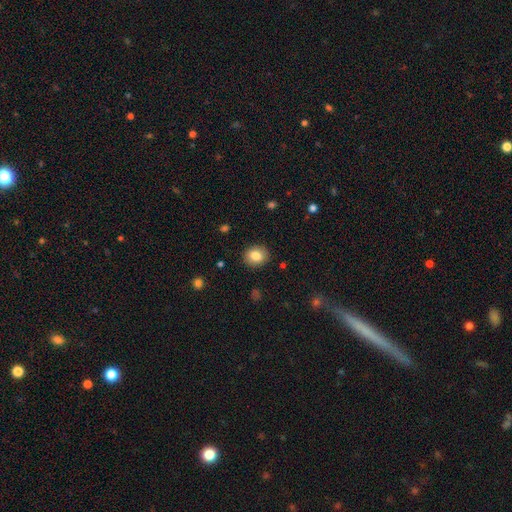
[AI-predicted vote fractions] Smooth or featured? Predicted: smooth (p=0.82). How rounded? Predicted: round (p=0.68). Merging? Predicted: none (p=0.90).